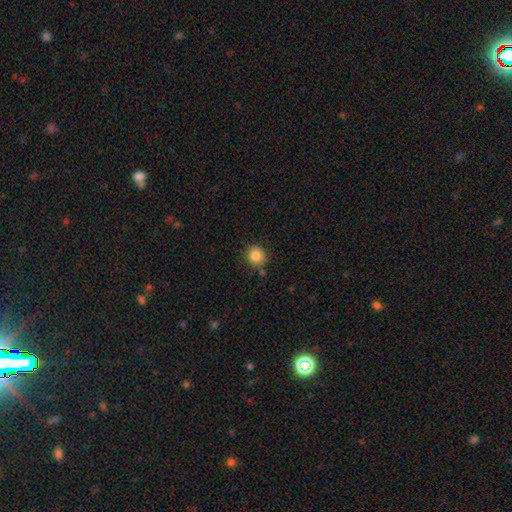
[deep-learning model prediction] A smooth galaxy with no disk features (85%) that is round (89%).

Vote fractions:
- Smooth or featured? smooth: 85% / star or artifact: 10% / featured or disk: 5%
- How rounded? round: 89% / in between: 10% / cigar-shaped: 1%
- Merging? none: 83% / minor disturbance: 10% / merger: 4% / major disturbance: 3%